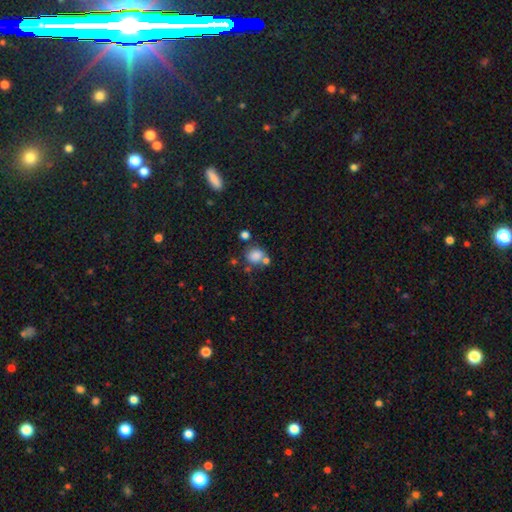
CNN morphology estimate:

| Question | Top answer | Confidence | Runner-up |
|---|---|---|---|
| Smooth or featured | smooth | 80% | star or artifact (12%) |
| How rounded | round | 72% | in between (27%) |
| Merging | none | 56% | merger (22%) |